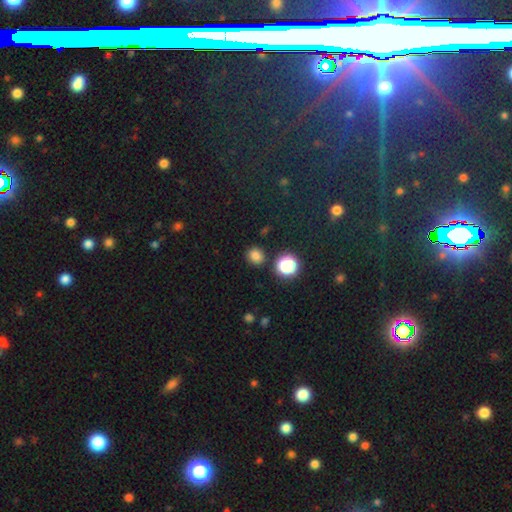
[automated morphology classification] type=smooth (78%); roundness=round (81%); merging=none (86%).